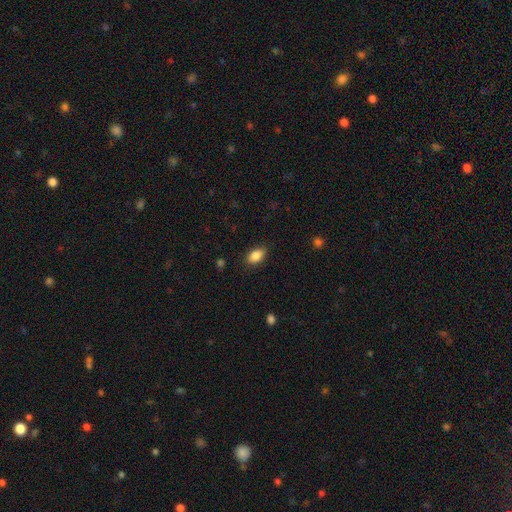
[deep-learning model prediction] smooth-or-featured: smooth: 86% | star or artifact: 8% | featured or disk: 6%
  how-rounded: in between: 86% | round: 11% | cigar-shaped: 3%
  merging: none: 81% | minor disturbance: 15% | major disturbance: 3% | merger: 1%